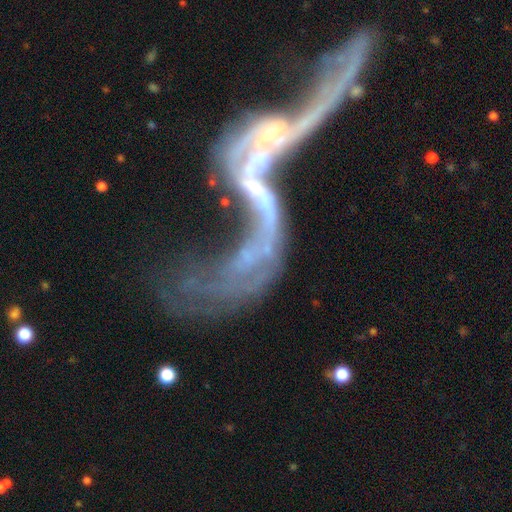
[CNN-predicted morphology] Smooth or featured? featured or disk (78%)
Edge-on disk? no (93%)
Bar? no (62%)
Spiral arms? yes (65%)
Bulge size? small (48%)
Merging? merger (65%)